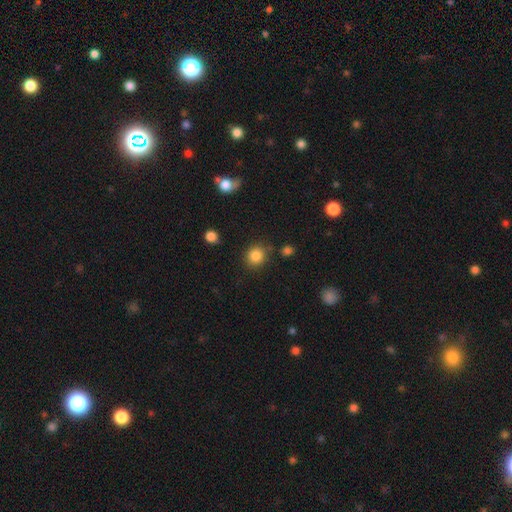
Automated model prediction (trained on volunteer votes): This appears to be a smooth galaxy with no disk features (86%) that is round (86%). Merging: none (82%).